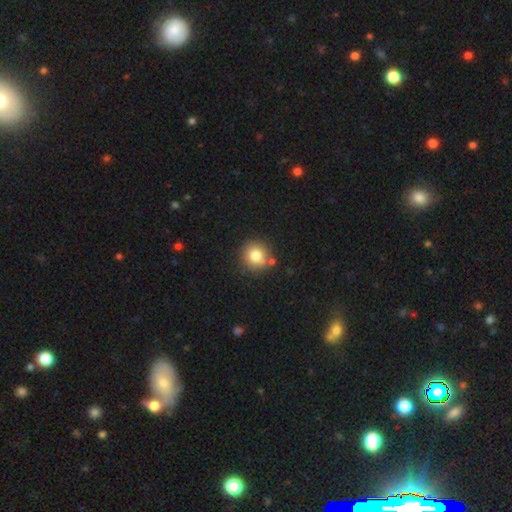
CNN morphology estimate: A smooth galaxy with no disk features (80%) that is round (90%).

Vote fractions:
- Smooth or featured? smooth: 80% / star or artifact: 11% / featured or disk: 9%
- How rounded? round: 90% / in between: 9% / cigar-shaped: 1%
- Merging? none: 76% / minor disturbance: 11% / merger: 10% / major disturbance: 3%